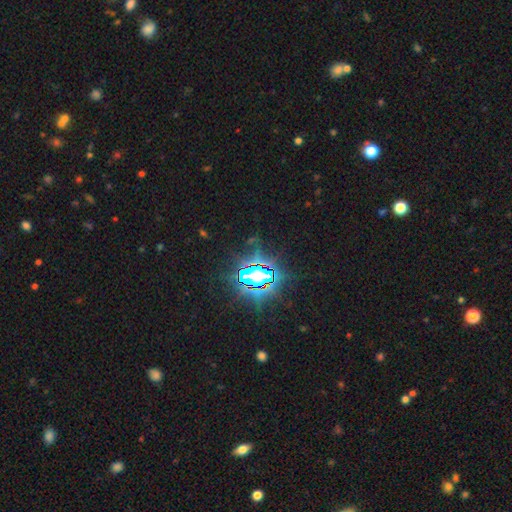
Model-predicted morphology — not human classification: A star or artifact, not a galaxy (84%).

Vote fractions:
- Smooth or featured? star or artifact: 84% / smooth: 10% / featured or disk: 7%